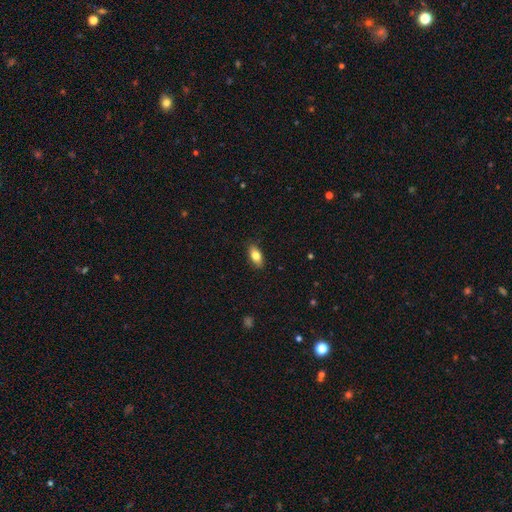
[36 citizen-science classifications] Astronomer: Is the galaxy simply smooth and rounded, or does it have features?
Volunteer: smooth — 89%.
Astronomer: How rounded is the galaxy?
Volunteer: in between — 81%.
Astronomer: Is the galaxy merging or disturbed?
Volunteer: none — 82%.